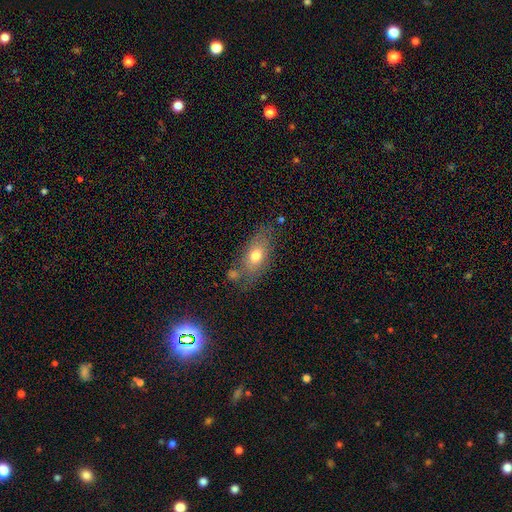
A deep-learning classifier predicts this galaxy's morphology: smooth_or_featured: smooth (p=0.67) [alt: featured or disk p=0.24]
how_rounded: in between (p=0.81) [alt: round p=0.10]
merging: none (p=0.64) [alt: minor disturbance p=0.20]